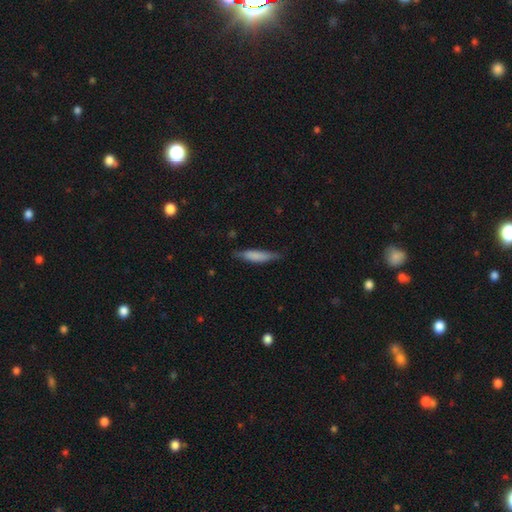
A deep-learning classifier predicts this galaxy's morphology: A smooth galaxy with no disk features (74%) that is cigar-shaped (74%). Merging: none (69%).